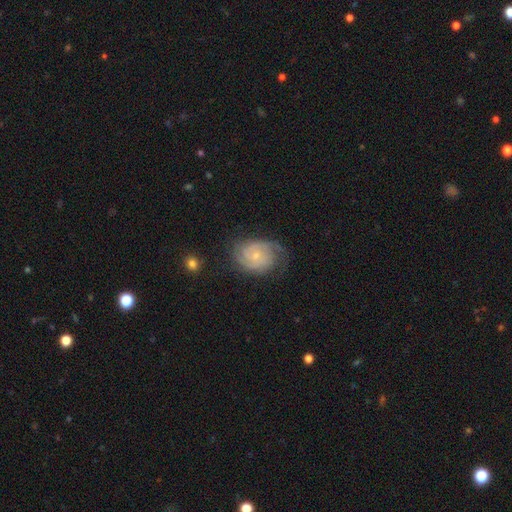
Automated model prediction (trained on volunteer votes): smooth_or_featured: featured or disk (p=0.82) [alt: smooth p=0.12]
disk_edge_on: no (p=0.98) [alt: yes p=0.02]
bar: no (p=0.73) [alt: weak p=0.24]
has_spiral_arms: yes (p=0.96) [alt: no p=0.04]
spiral_winding: tight (p=0.64) [alt: medium p=0.30]
spiral_arm_count: 2 (p=0.44) [alt: 3 p=0.22]
bulge_size: small (p=0.71) [alt: moderate p=0.24]
merging: none (p=0.68) [alt: minor disturbance p=0.22]